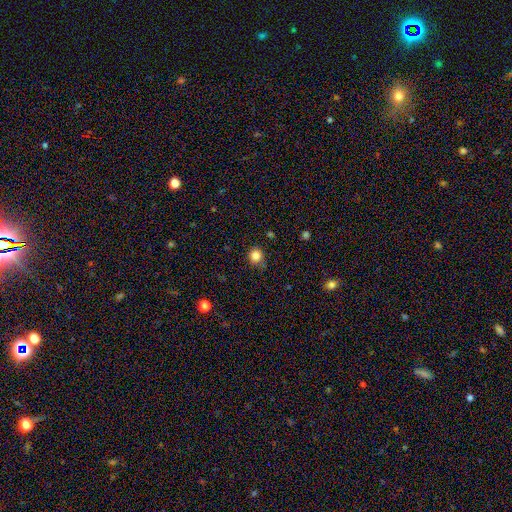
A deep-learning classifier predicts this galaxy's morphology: type=smooth (84%); roundness=round (87%); merging=none (80%).